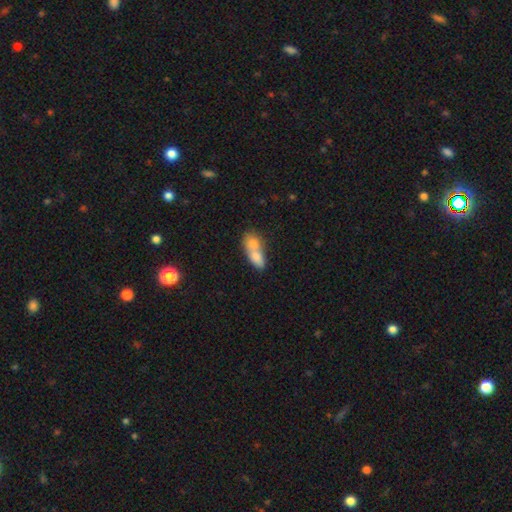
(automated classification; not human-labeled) Smooth or featured: smooth — 71% (featured or disk — 20%)
How rounded: in between — 70% (round — 19%)
Merging: merger — 71% (none — 19%)